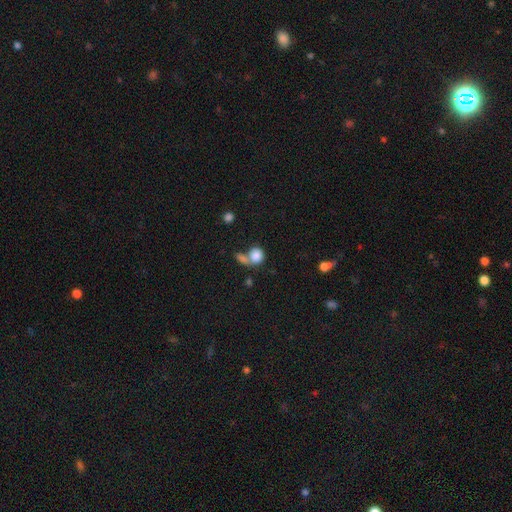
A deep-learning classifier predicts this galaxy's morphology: smooth_or_featured: smooth (p=0.83) [alt: featured or disk p=0.08]
how_rounded: round (p=0.75) [alt: in between p=0.24]
merging: merger (p=0.48) [alt: none p=0.33]